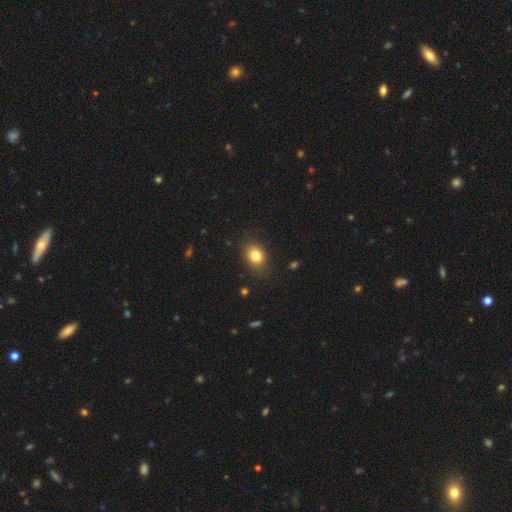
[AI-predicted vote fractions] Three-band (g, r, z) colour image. It shows a smooth galaxy with no disk features (82%) that is in between round and cigar-shaped (61%). Merging: none (84%).